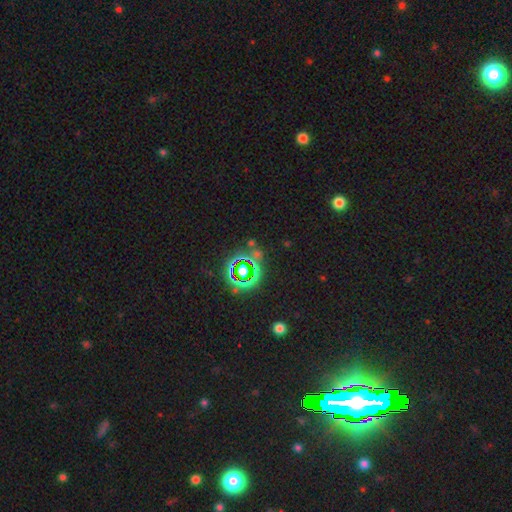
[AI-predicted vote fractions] The model was most divided on "smooth or featured": star or artifact: 68%, smooth: 20%, featured or disk: 12%.